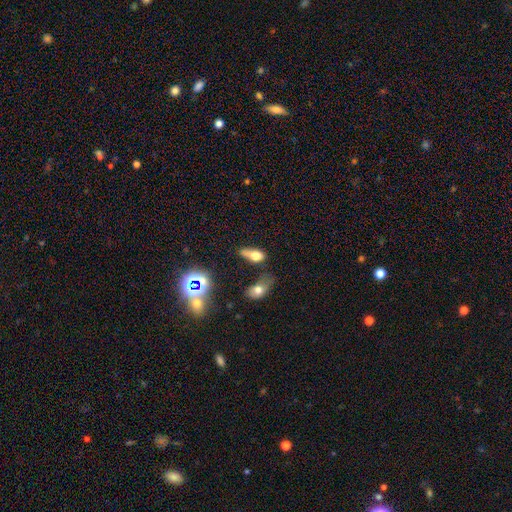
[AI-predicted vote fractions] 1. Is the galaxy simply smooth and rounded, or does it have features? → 65% smooth, 19% featured or disk, 16% star or artifact.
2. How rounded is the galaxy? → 79% in between, 12% round, 9% cigar-shaped.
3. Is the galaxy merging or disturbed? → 26% minor disturbance (tied), 26% none (tied), 25% merger, 23% major disturbance.